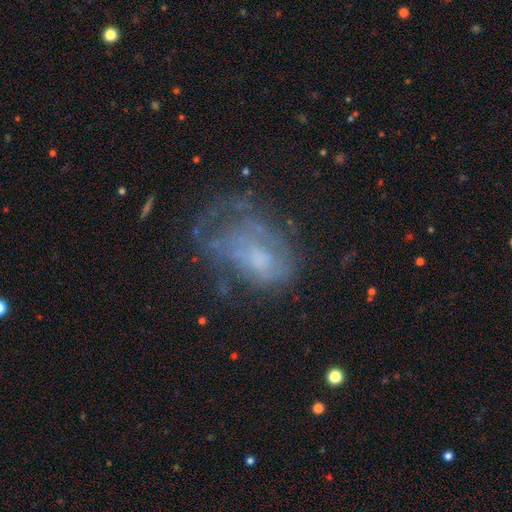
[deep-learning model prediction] Overall: featured or disk (55%; smooth 31%). Edge-on disk: no (96%). Bar: no (79%). Spiral arms: no (65%; yes 35%). Bulge size: none (35%; small 29%). Merging: none (38%; major disturbance 34%).